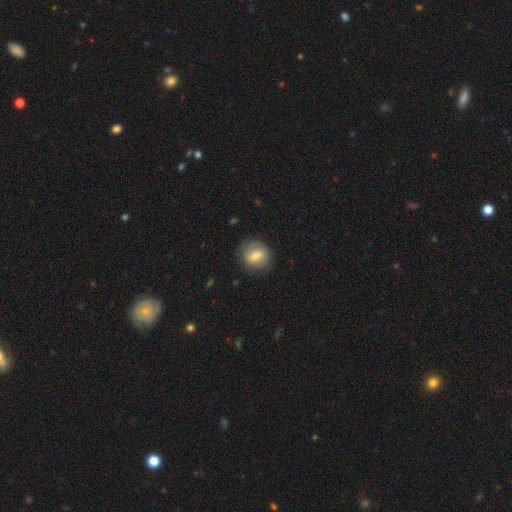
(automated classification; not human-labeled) smooth 66%, featured or disk 26%, star or artifact 8%. Down the decision tree: how rounded — round (74%); merging — none (76%).